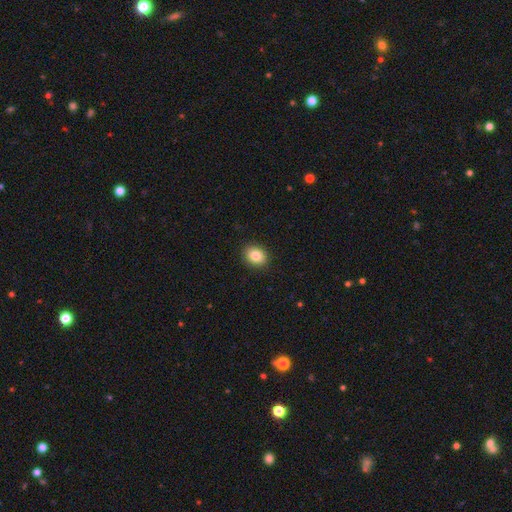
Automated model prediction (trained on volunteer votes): Smooth or featured?
  - smooth: 84% *
  - star or artifact: 9%
  - featured or disk: 7%
How rounded?
  - in between: 52% *
  - round: 47%
  - cigar-shaped: 1%
Merging?
  - none: 90% *
  - minor disturbance: 7%
  - major disturbance: 2%
  - merger: 1%